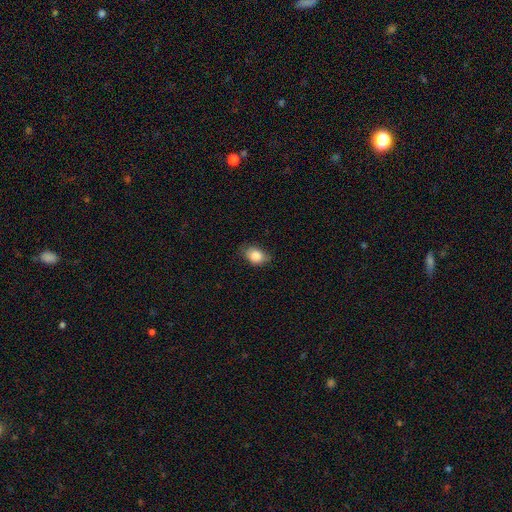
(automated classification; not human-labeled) Smooth or featured? Predicted: smooth (p=0.85). How rounded? Predicted: in between (p=0.74). Merging? Predicted: none (p=0.72).